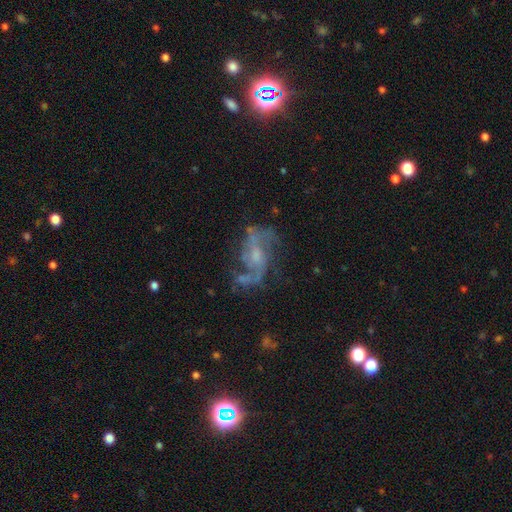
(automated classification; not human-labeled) Smooth or featured? Predicted: featured or disk (p=0.80). Edge-on disk? Predicted: no (p=0.96). Bar? Predicted: no (p=0.46). Spiral arms? Predicted: yes (p=0.88). Spiral winding? Predicted: loose (p=0.55). Spiral arm count? Predicted: 2 (p=0.73). Bulge size? Predicted: small (p=0.50). Merging? Predicted: none (p=0.57).